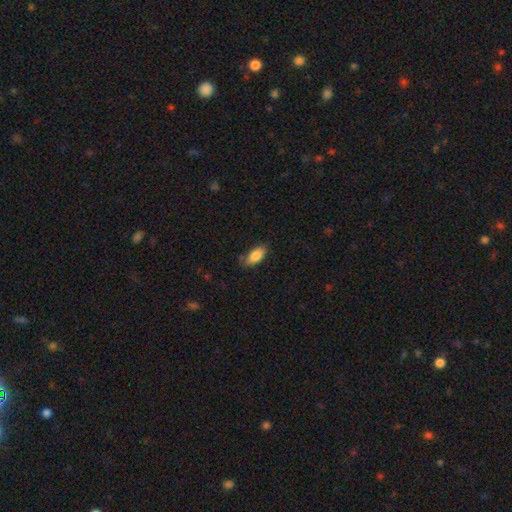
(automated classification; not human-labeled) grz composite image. It shows a smooth galaxy with no disk features (84%) that is in between round and cigar-shaped (90%). Merging: none (70%).